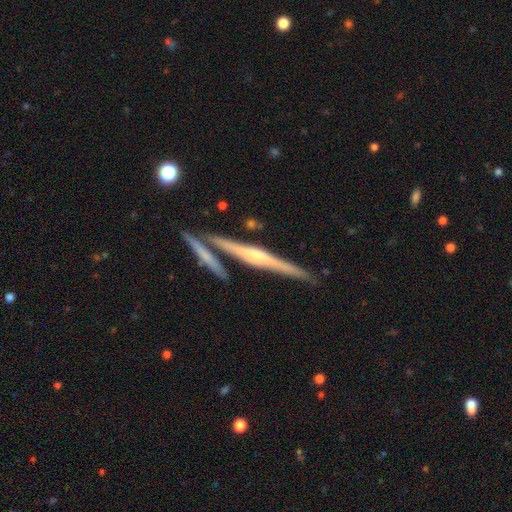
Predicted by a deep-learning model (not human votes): Morphology: type=featured or disk (76%); edge-on=yes (97%); edge-on bulge=rounded (57%); merging=none (78%).